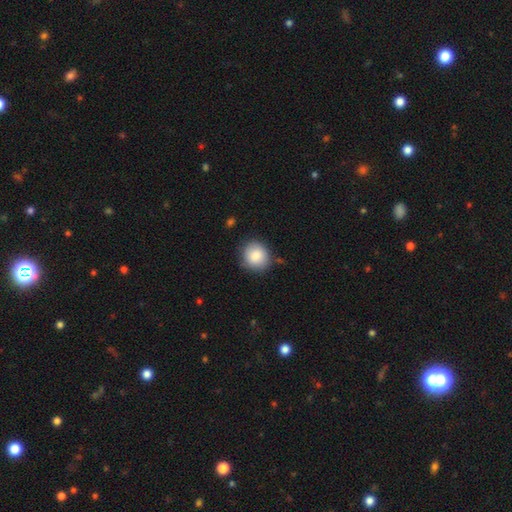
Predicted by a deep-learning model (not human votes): Morphology: type=smooth (84%); roundness=round (84%); merging=none (82%).